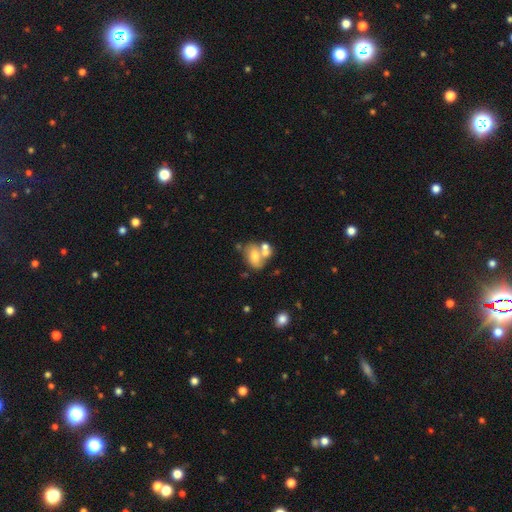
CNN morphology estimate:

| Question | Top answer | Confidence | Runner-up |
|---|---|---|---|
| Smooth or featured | smooth | 58% | featured or disk (32%) |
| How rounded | in between | 76% | round (22%) |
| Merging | merger | 49% | none (30%) |